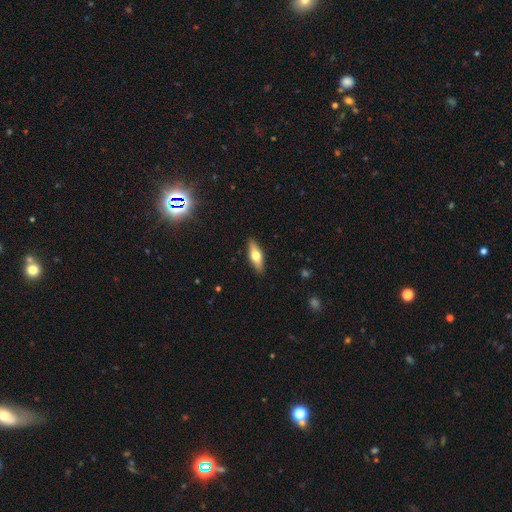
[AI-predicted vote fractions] This is possibly a smooth galaxy (56%). How rounded: possibly in between (55%). Merging: clearly none (89%).